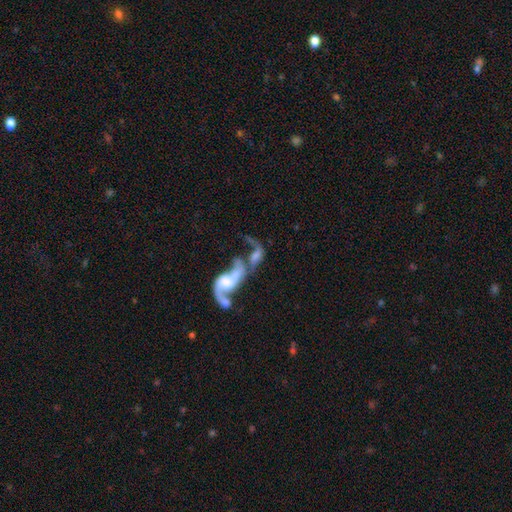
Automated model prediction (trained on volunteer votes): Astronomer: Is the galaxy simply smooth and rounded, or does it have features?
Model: featured or disk — 68%.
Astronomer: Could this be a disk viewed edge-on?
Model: no — 93%.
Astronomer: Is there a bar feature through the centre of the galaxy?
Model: no — 54% (runner-up: weak, 34%).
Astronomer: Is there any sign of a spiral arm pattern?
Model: yes — 77%.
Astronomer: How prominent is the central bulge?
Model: moderate — 32% (runner-up: none, 29%).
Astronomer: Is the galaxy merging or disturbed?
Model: merger — 67%.